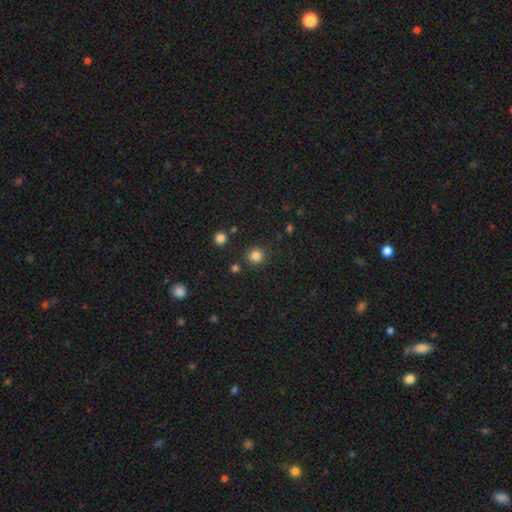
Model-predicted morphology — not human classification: smooth_or_featured: smooth (p=0.82) [alt: star or artifact p=0.14]
how_rounded: round (p=0.92) [alt: in between p=0.07]
merging: none (p=0.87) [alt: minor disturbance p=0.07]